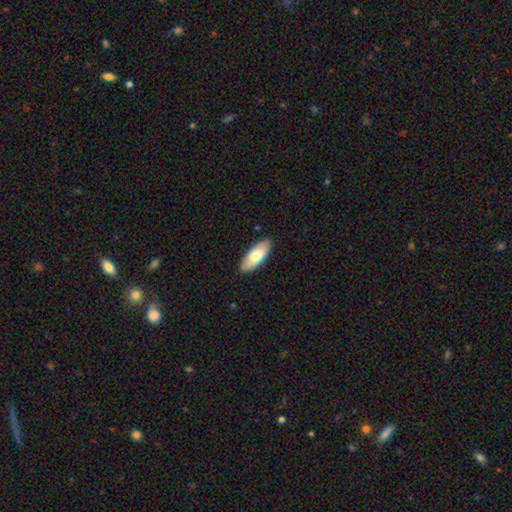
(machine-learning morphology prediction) smooth 73%, featured or disk 21%, star or artifact 5%. Down the decision tree: how rounded — in between (84%); merging — none (88%).